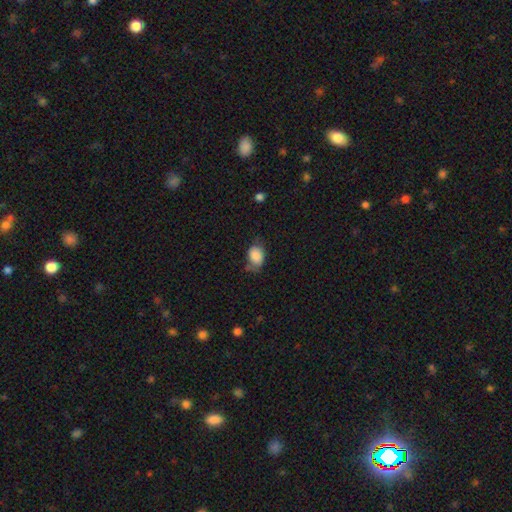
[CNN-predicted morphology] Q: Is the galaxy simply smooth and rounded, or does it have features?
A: smooth — 85%.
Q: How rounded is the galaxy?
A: in between — 75%.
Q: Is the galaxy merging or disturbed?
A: none — 55%.